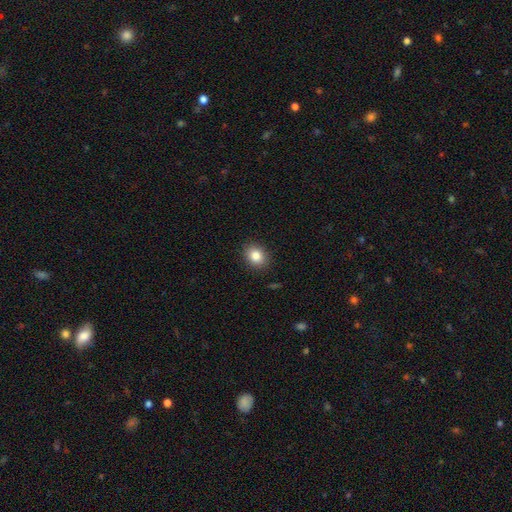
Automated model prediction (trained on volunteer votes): smooth_or_featured: smooth (p=0.85) [alt: star or artifact p=0.09]
how_rounded: round (p=0.57) [alt: in between p=0.42]
merging: none (p=0.89) [alt: minor disturbance p=0.08]